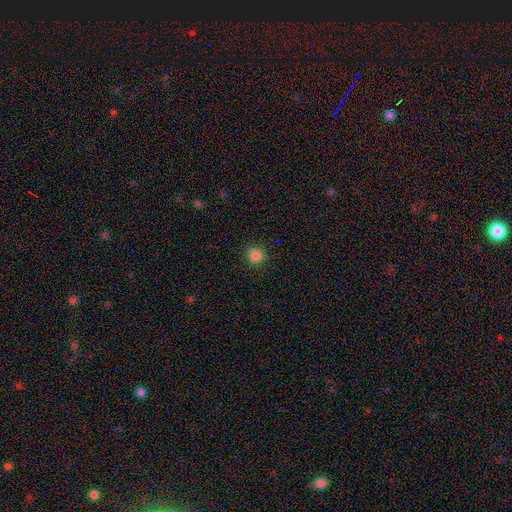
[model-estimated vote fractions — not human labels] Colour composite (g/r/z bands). It shows a smooth galaxy with no disk features (84%) that is round (92%). Merging: none (88%).